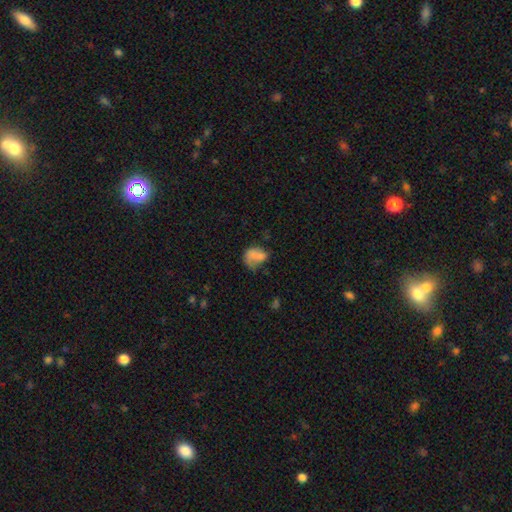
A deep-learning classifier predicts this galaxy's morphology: The model was most divided on "merging": major disturbance: 31%, none: 29%, minor disturbance: 28%, merger: 13%. More confident: how rounded — in between (66%); smooth or featured — smooth (65%).